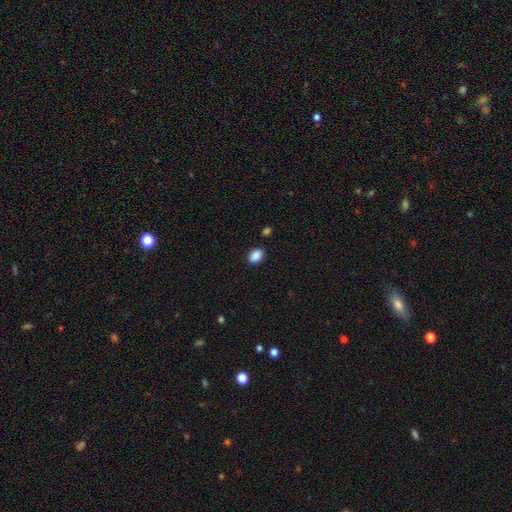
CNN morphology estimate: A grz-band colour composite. It shows a smooth galaxy with no disk features (89%) that is in between round and cigar-shaped (74%). Merging: none (87%).